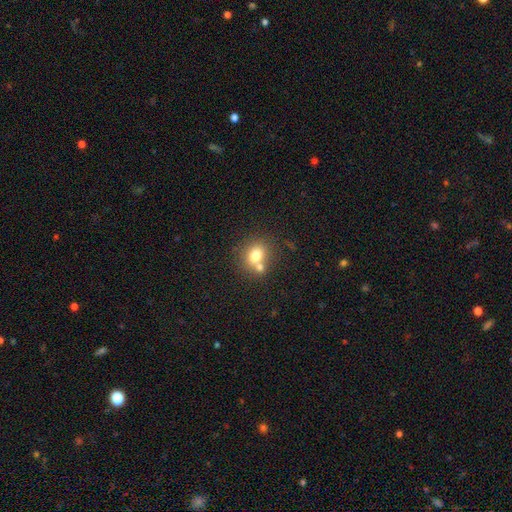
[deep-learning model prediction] The model was most divided on "merging": none: 49%, merger: 37%, minor disturbance: 10%, major disturbance: 4%. More confident: smooth or featured — smooth (74%); how rounded — round (67%).